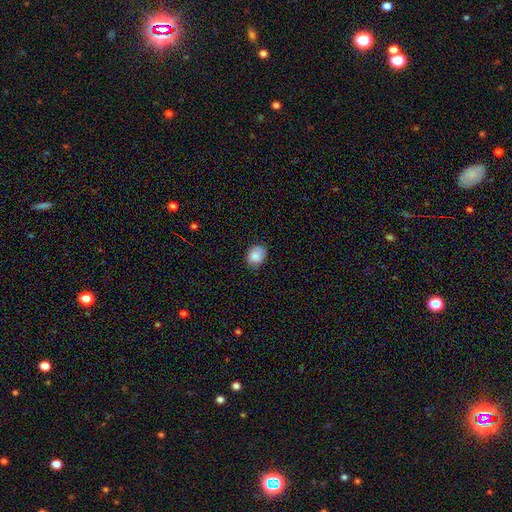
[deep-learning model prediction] This appears to be a smooth galaxy with no disk features (87%) that is in between round and cigar-shaped (51%). Merging: none (77%).